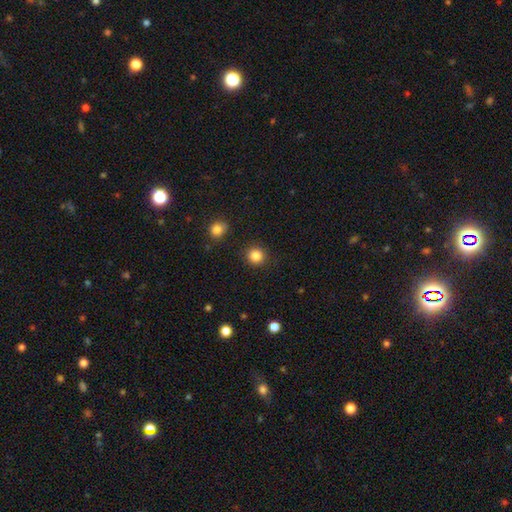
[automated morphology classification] type=smooth (86%); roundness=round (93%); merging=none (90%).